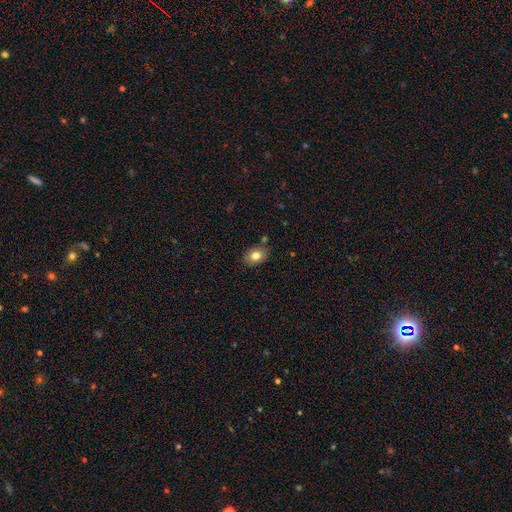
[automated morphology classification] smooth 79%, featured or disk 11%, star or artifact 10%. Down the decision tree: how rounded — in between (69%); merging — none (79%).